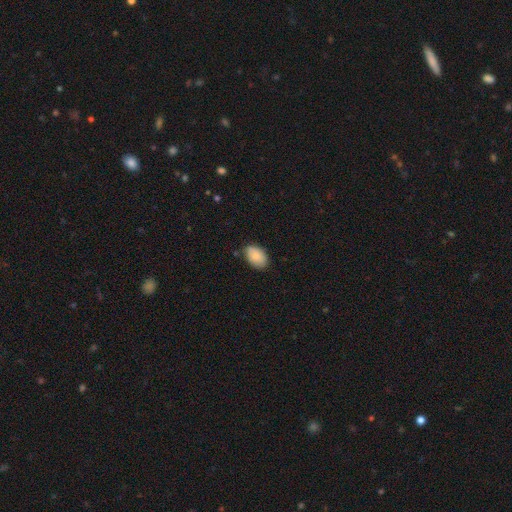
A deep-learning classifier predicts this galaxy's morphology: This is clearly a smooth galaxy (86%). How rounded: clearly in between (90%). Merging: likely none (75%).